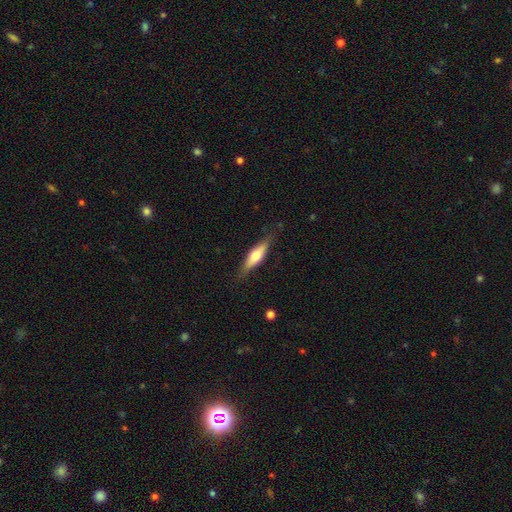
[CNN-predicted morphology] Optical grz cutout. It shows a smooth galaxy with no disk features (49%). Merging: none (81%).